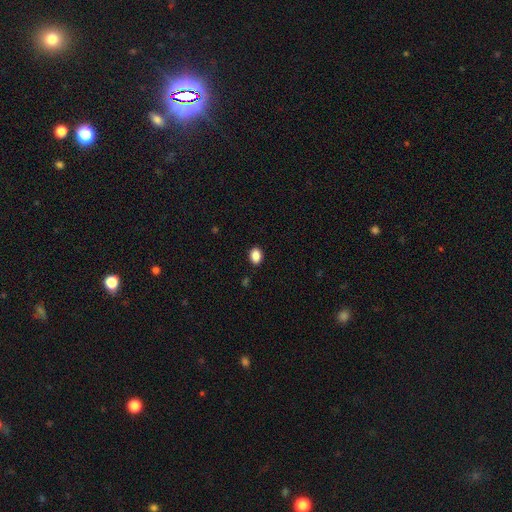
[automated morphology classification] Smooth or featured: smooth — 88% (star or artifact — 8%)
How rounded: in between — 78% (round — 21%)
Merging: none — 88% (minor disturbance — 9%)